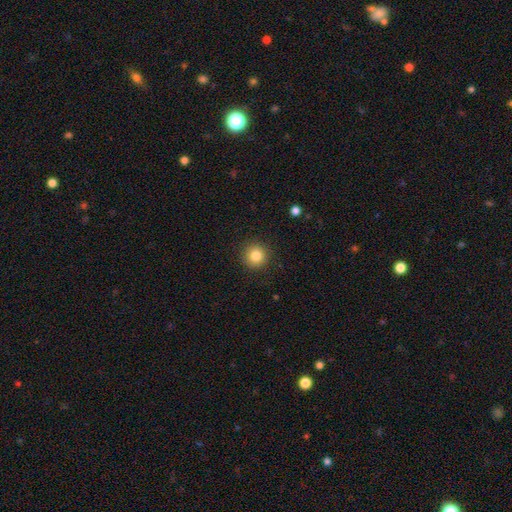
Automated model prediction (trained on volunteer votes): smooth-or-featured: smooth: 83% | star or artifact: 11% | featured or disk: 6%
  how-rounded: round: 94% | in between: 5% | cigar-shaped: 1%
  merging: none: 91% | minor disturbance: 6% | major disturbance: 2% | merger: 1%